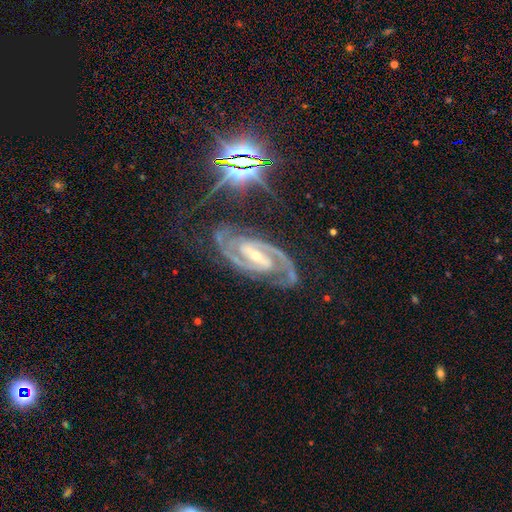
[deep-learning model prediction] smooth_or_featured: featured or disk (p=0.90) [alt: star or artifact p=0.07]
disk_edge_on: no (p=0.97) [alt: yes p=0.03]
bar: strong (p=0.53) [alt: weak p=0.33]
has_spiral_arms: yes (p=0.99) [alt: no p=0.01]
spiral_winding: tight (p=0.48) [alt: medium p=0.46]
spiral_arm_count: 2 (p=0.90) [alt: 3 p=0.04]
bulge_size: small (p=0.67) [alt: moderate p=0.30]
merging: none (p=0.75) [alt: minor disturbance p=0.17]